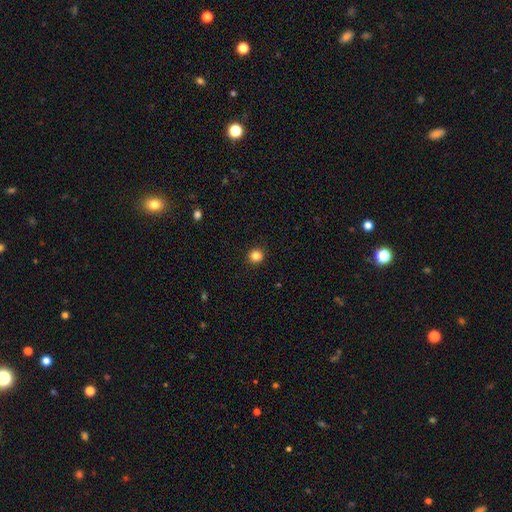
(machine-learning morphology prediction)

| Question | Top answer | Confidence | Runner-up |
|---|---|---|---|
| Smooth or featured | smooth | 84% | star or artifact (11%) |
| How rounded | round | 91% | in between (8%) |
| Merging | none | 92% | minor disturbance (5%) |